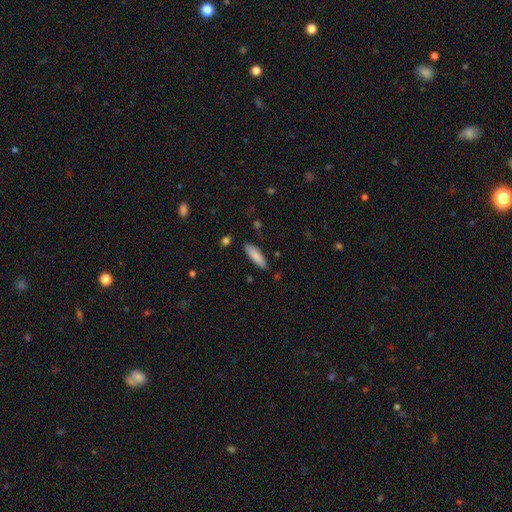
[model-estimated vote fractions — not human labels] Smooth or featured: smooth — 87% (featured or disk — 7%)
How rounded: in between — 52% (cigar-shaped — 46%)
Merging: none — 85% (minor disturbance — 11%)